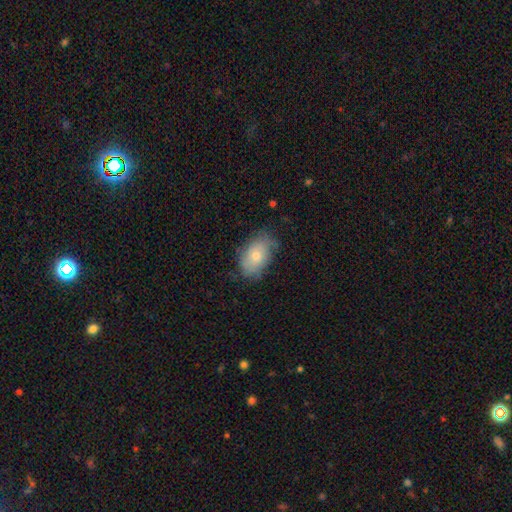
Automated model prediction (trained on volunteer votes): Smooth or featured? smooth (67%)
How rounded? in between (88%)
Merging? none (70%)